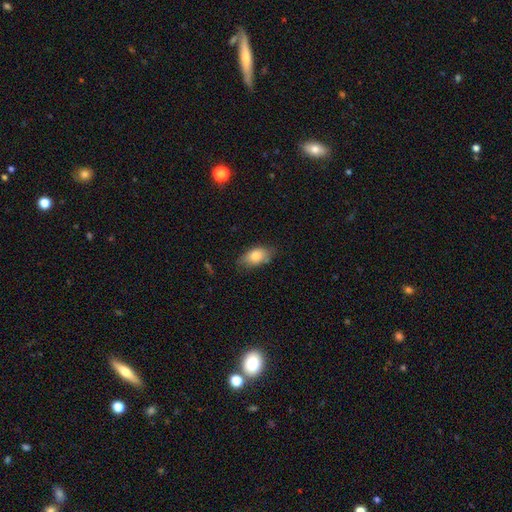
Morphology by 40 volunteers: This appears to be a smooth galaxy with no disk features (75%) that is in between round and cigar-shaped (93%). Merging: none (68%).